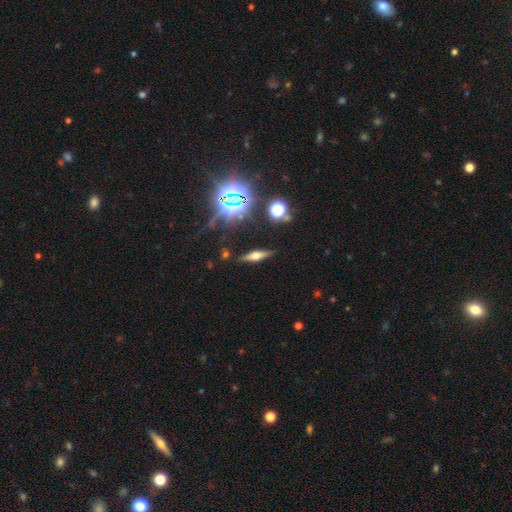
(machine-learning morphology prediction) Overall: featured or disk (50%; smooth 31%). Edge-on disk: yes (91%). Merging: none (85%).